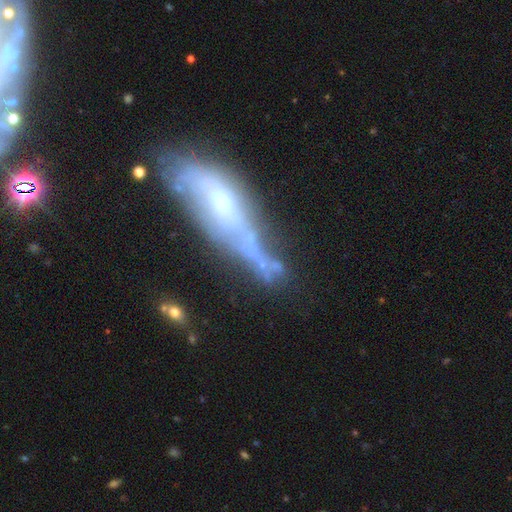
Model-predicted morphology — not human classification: type=featured or disk (57%); edge-on=no (62%); merging=none (36%).